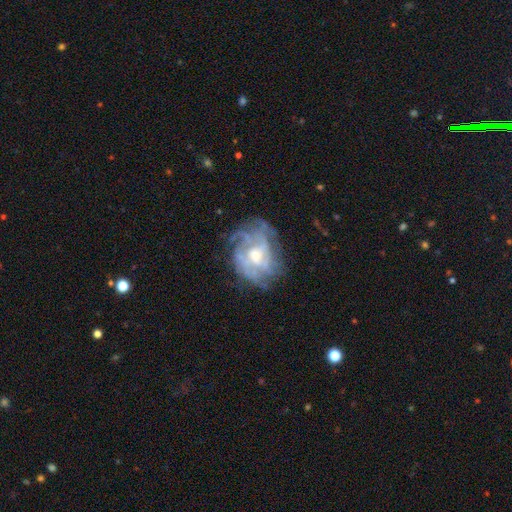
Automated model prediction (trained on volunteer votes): Q: Smooth or featured?
A: featured or disk (76%); runner-up: smooth (15%)
Q: Edge-on disk?
A: no (97%); runner-up: yes (3%)
Q: Bar?
A: no (65%); runner-up: weak (29%)
Q: Spiral arms?
A: yes (74%); runner-up: no (26%)
Q: Spiral winding?
A: tight (51%); runner-up: medium (33%)
Q: Spiral arm count?
A: can't tell (55%); runner-up: 4 (13%)
Q: Bulge size?
A: moderate (59%); runner-up: small (30%)
Q: Merging?
A: none (62%); runner-up: minor disturbance (21%)